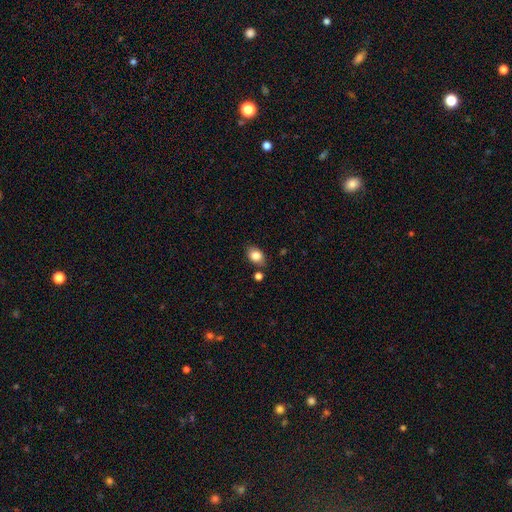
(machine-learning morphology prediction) Q: Smooth or featured?
A: smooth (83%); runner-up: star or artifact (9%)
Q: How rounded?
A: in between (75%); runner-up: round (24%)
Q: Merging?
A: none (79%); runner-up: minor disturbance (13%)